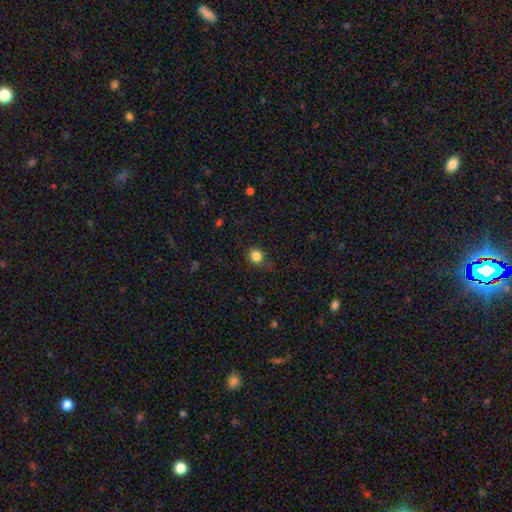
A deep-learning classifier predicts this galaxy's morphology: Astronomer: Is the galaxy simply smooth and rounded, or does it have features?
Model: smooth — 84%.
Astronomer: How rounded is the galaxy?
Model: round — 86%.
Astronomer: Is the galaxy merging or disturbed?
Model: none — 79%.